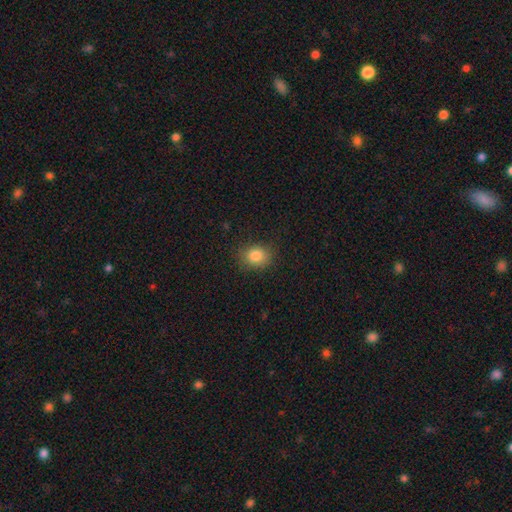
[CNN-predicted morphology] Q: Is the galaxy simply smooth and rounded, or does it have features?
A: smooth — 84%.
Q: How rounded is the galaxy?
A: round — 55%.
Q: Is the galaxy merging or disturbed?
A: none — 83%.